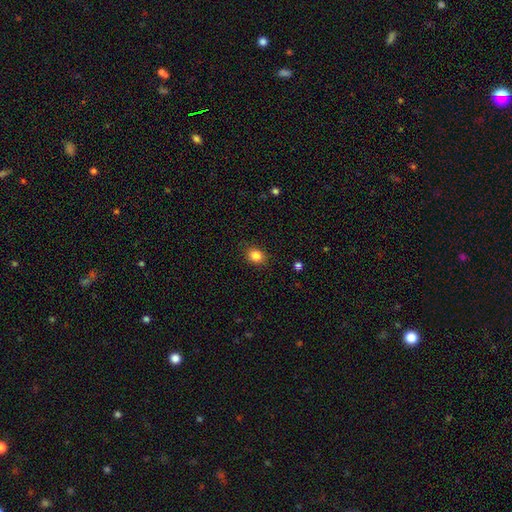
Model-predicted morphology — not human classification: Smooth or featured? smooth (84%)
How rounded? round (60%)
Merging? none (87%)